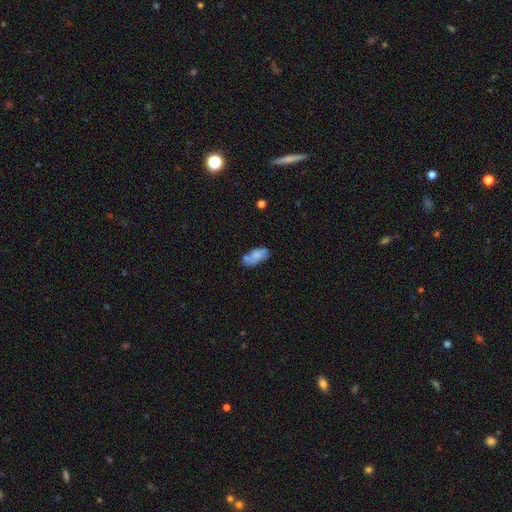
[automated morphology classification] This appears to be a smooth galaxy with no disk features (71%) that is in between round and cigar-shaped (86%). Merging: none (51%).